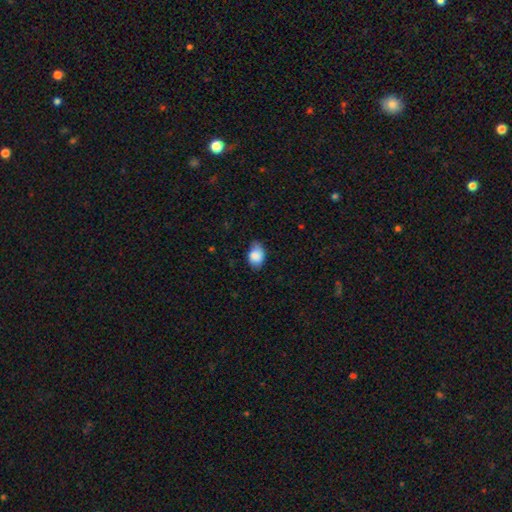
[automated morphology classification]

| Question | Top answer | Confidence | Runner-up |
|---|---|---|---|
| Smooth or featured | smooth | 86% | star or artifact (7%) |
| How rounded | in between | 86% | round (13%) |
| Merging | none | 67% | minor disturbance (27%) |